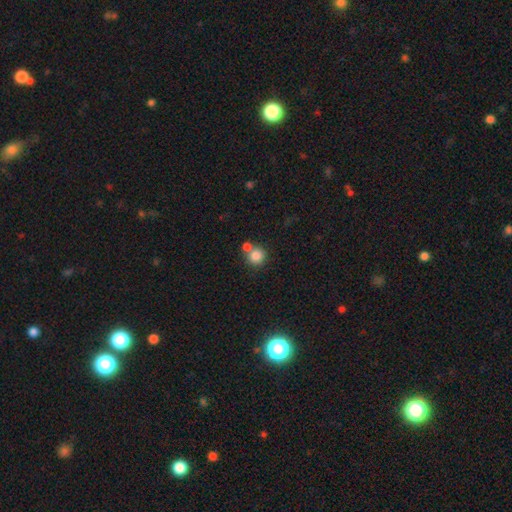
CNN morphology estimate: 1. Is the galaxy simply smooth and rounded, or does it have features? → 84% smooth, 10% star or artifact, 6% featured or disk.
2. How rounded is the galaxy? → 91% round, 8% in between, 1% cigar-shaped.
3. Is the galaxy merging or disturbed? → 58% none, 32% merger, 8% minor disturbance, 3% major disturbance.